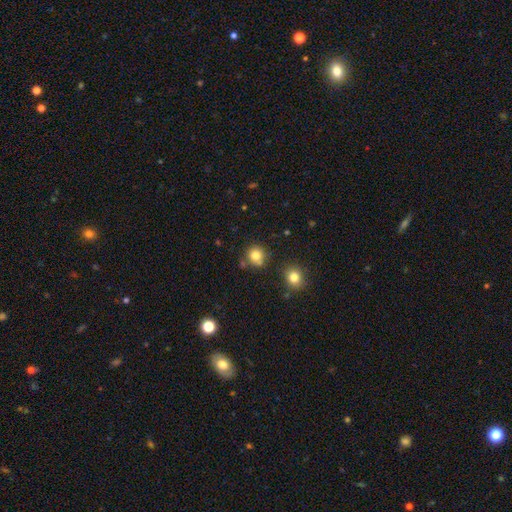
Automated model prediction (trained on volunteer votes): A smooth galaxy with no disk features (81%) that is round (90%).

Vote fractions:
- Smooth or featured? smooth: 81% / star or artifact: 12% / featured or disk: 7%
- How rounded? round: 90% / in between: 9% / cigar-shaped: 1%
- Merging? none: 75% / minor disturbance: 12% / merger: 10% / major disturbance: 3%